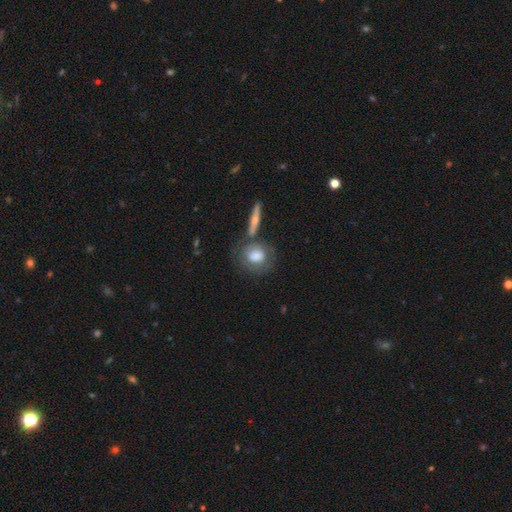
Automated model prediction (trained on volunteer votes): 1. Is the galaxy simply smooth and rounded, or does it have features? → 62% smooth, 30% featured or disk, 7% star or artifact.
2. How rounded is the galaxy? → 54% in between, 42% round, 4% cigar-shaped.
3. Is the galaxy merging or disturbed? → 61% none, 17% minor disturbance, 13% merger, 9% major disturbance.